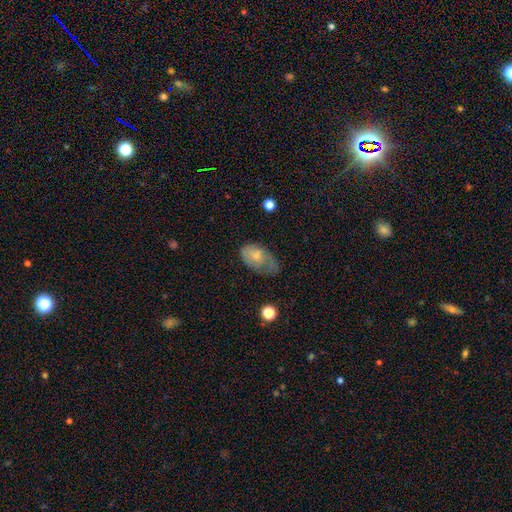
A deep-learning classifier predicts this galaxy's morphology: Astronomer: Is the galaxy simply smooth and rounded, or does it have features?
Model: smooth — 65%.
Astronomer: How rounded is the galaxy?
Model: in between — 90%.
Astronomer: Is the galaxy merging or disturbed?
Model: minor disturbance — 39% (runner-up: none, 33%).